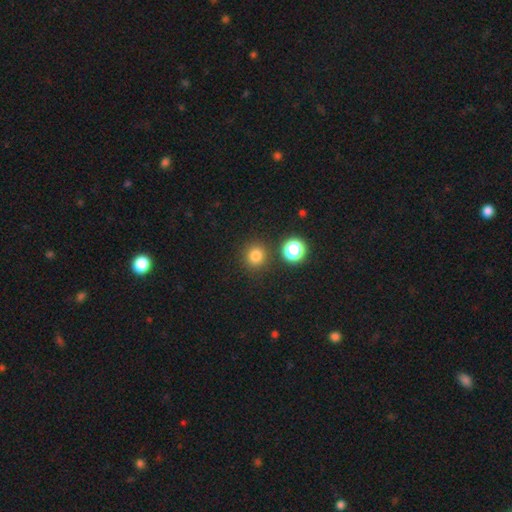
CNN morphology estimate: type=smooth (78%); roundness=round (91%); merging=none (87%).